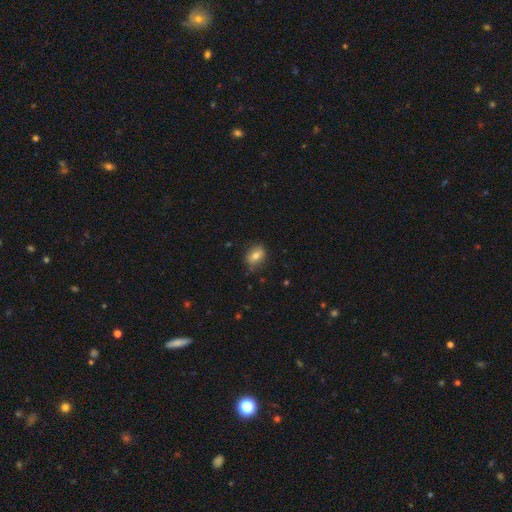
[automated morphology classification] Overall: smooth (69%). How rounded: in between (70%). Merging: none (79%).